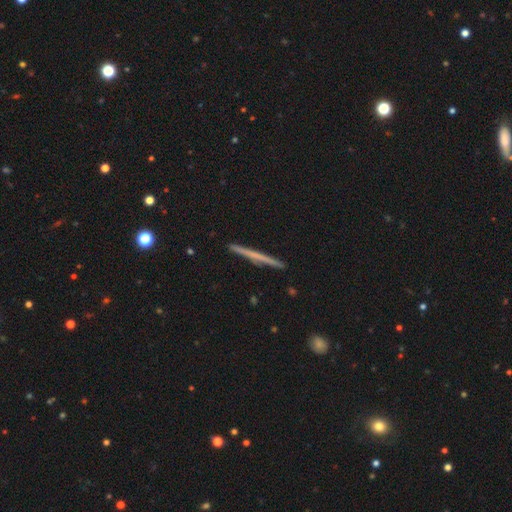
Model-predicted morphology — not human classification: Smooth or featured?
  - featured or disk: 54% *
  - smooth: 40%
  - star or artifact: 5%
Edge-on disk?
  - yes: 98% *
  - no: 2%
Edge-on bulge?
  - none: 84% *
  - rounded: 12%
  - boxy: 4%
Merging?
  - none: 93% *
  - minor disturbance: 5%
  - merger: 1%
  - major disturbance: 1%